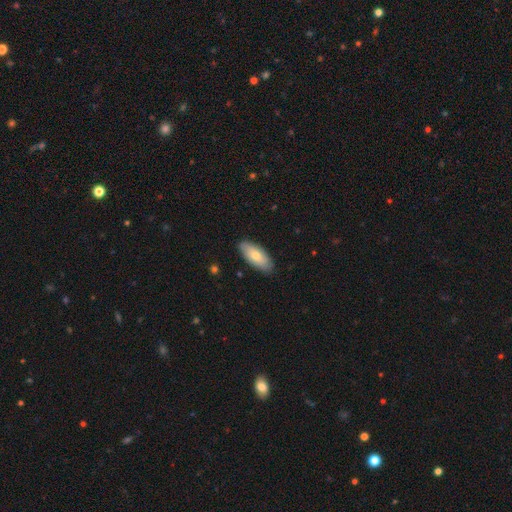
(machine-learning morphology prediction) This is likely a smooth galaxy (74%). How rounded: clearly in between (84%). Merging: clearly none (86%).